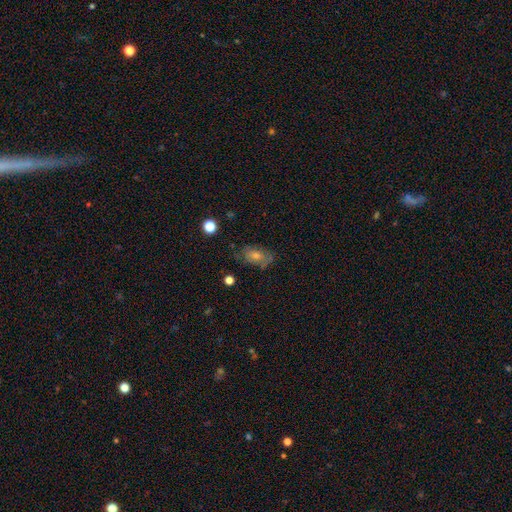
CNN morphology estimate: A featured or disk galaxy (43%). Merging: none (70%).